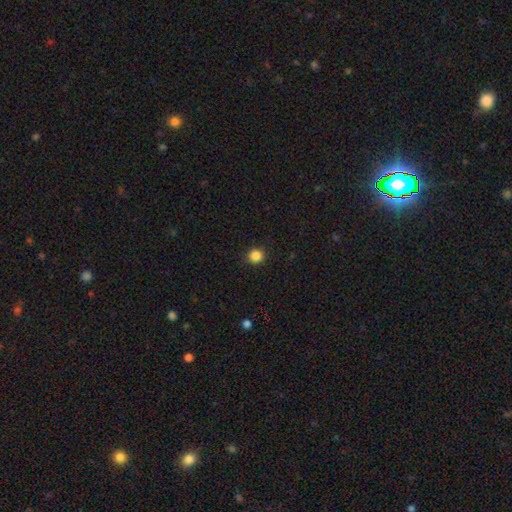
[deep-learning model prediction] A smooth galaxy with no disk features (85%) that is round (91%). Merging: none (91%).